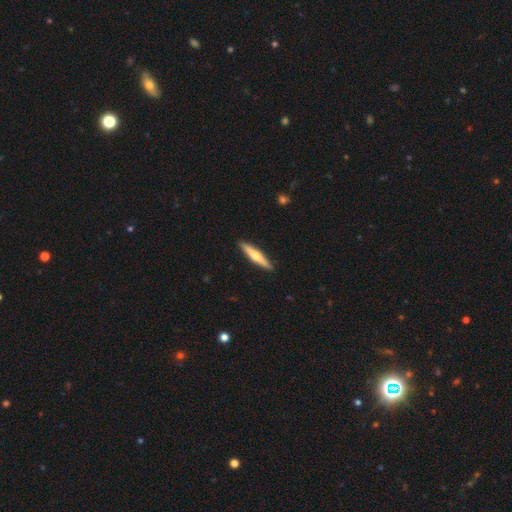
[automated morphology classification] Smooth or featured?
  - featured or disk: 54% *
  - smooth: 41%
  - star or artifact: 5%
Edge-on disk?
  - yes: 95% *
  - no: 5%
Edge-on bulge?
  - rounded: 90% *
  - none: 7%
  - boxy: 3%
Merging?
  - none: 91% *
  - minor disturbance: 6%
  - major disturbance: 1%
  - merger: 1%